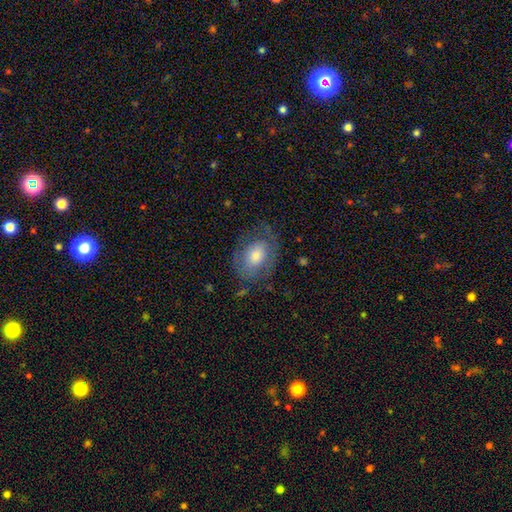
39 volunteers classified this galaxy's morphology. Smooth or featured? featured or disk (49%)
Edge-on disk? no (100%)
Bar? no (58%)
Spiral arms? no (79%)
Bulge size? moderate (58%)
Merging? none (68%)